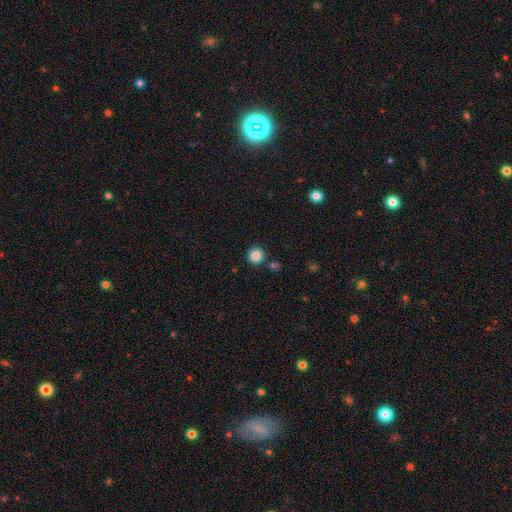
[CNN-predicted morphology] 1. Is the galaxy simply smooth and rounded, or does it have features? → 85% smooth, 10% star or artifact, 5% featured or disk.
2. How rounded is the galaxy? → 94% round, 5% in between, 1% cigar-shaped.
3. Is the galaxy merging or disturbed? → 87% none, 6% minor disturbance, 5% merger, 2% major disturbance.